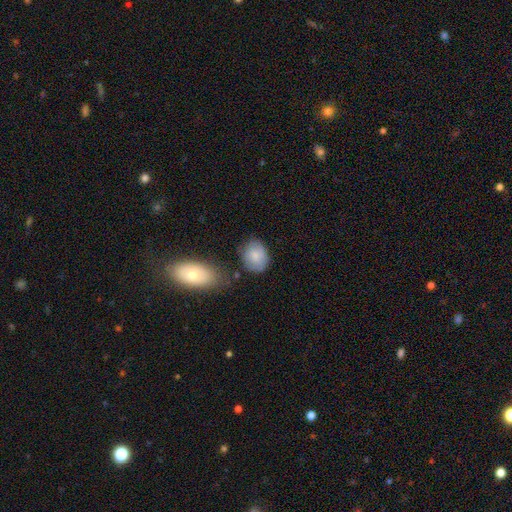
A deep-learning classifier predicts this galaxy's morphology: This is clearly a smooth galaxy (81%). How rounded: possibly in between (55%). Merging: likely none (67%).